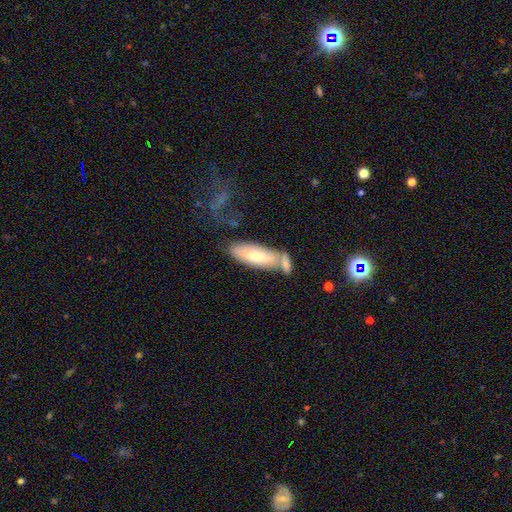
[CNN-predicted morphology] Smooth or featured: smooth — 61% (featured or disk — 33%)
How rounded: in between — 61% (cigar-shaped — 37%)
Merging: none — 43% (merger — 32%)